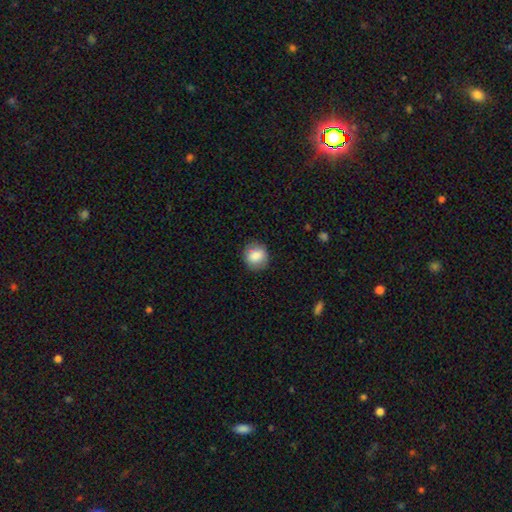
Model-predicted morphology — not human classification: This appears to be a smooth galaxy with no disk features (82%) that is round (82%). Merging: none (84%).